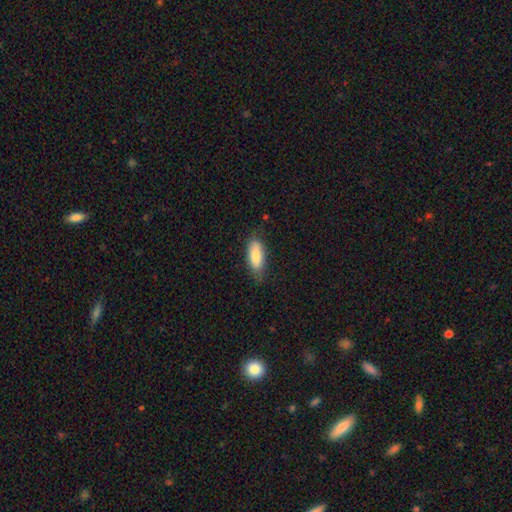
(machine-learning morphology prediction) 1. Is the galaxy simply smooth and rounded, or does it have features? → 83% smooth, 11% featured or disk, 6% star or artifact.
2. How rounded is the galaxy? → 77% in between, 21% cigar-shaped, 2% round.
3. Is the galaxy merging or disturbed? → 73% none, 21% minor disturbance, 4% major disturbance, 1% merger.